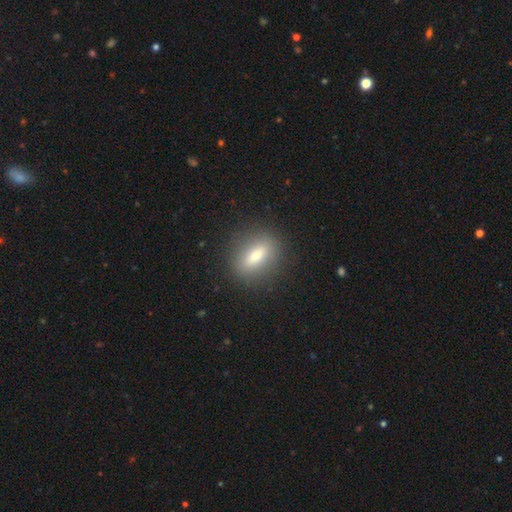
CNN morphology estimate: Smooth or featured? Predicted: smooth (p=0.70). How rounded? Predicted: in between (p=0.64). Merging? Predicted: none (p=0.87).